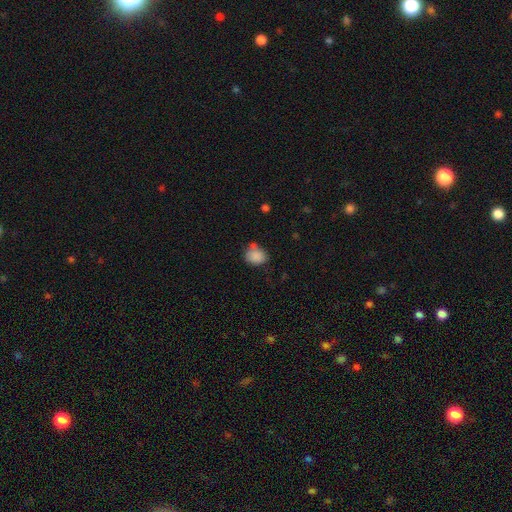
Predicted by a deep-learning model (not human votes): Smooth or featured: smooth — 86% (star or artifact — 9%)
How rounded: round — 60% (in between — 39%)
Merging: none — 59% (minor disturbance — 23%)